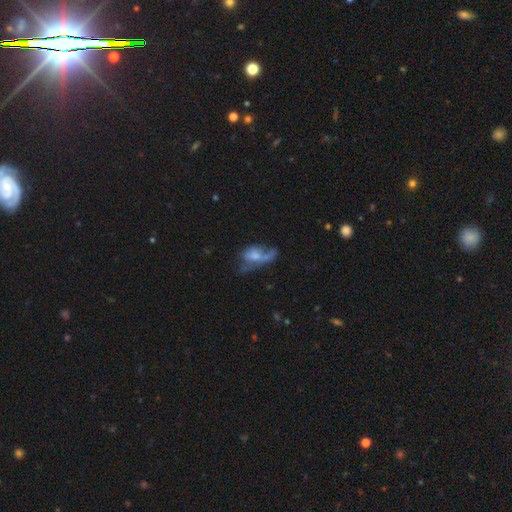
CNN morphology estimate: Smooth or featured: smooth — 46% (featured or disk — 44%)
Merging: major disturbance — 43% (none — 24%)